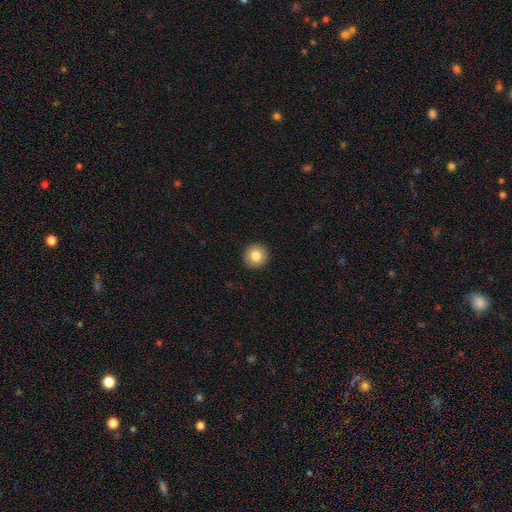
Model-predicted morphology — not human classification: smooth-or-featured: smooth: 82% | featured or disk: 9% | star or artifact: 9%
  how-rounded: round: 96% | in between: 3% | cigar-shaped: 1%
  merging: none: 94% | minor disturbance: 4% | major disturbance: 1% | merger: 1%